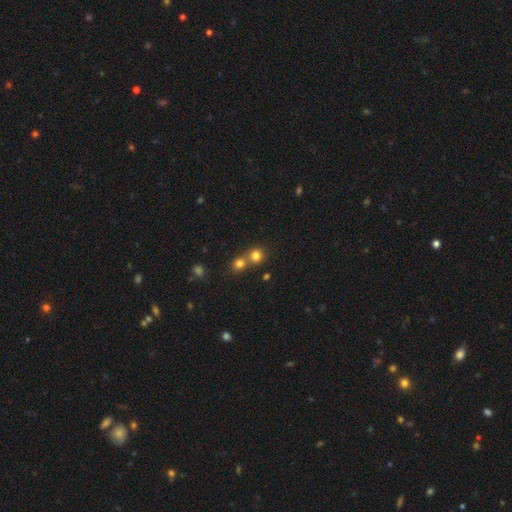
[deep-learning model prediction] This is likely a smooth galaxy (79%). How rounded: clearly round (87%). Merging: possibly none (50%).